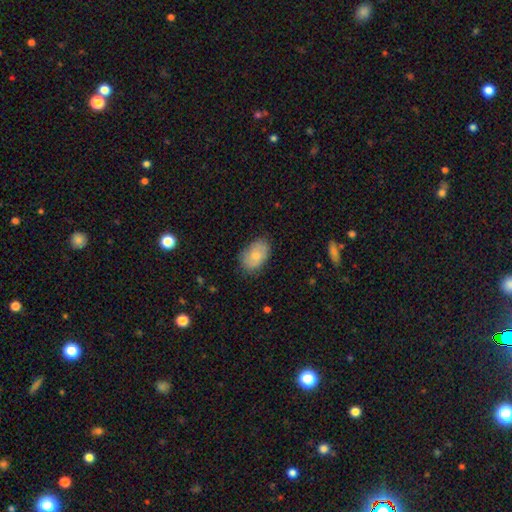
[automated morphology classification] smooth 70%, featured or disk 24%, star or artifact 6%. Down the decision tree: how rounded — in between (87%); merging — none (74%).